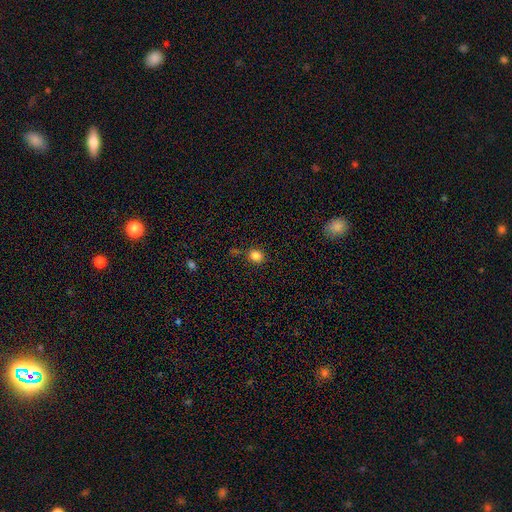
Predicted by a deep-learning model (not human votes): A smooth galaxy with no disk features (83%) that is round (74%). Merging: none (80%).